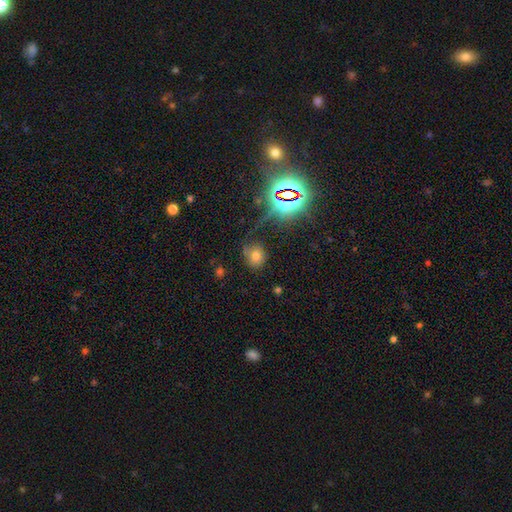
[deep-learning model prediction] The model was most divided on "how rounded": round: 62%, in between: 37%, cigar-shaped: 1%. More confident: merging — none (70%); smooth or featured — smooth (58%).